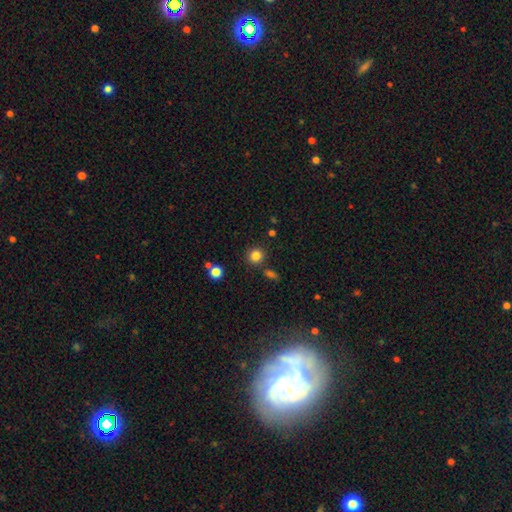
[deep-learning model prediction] Overall: smooth (83%). How rounded: round (90%). Merging: none (83%).